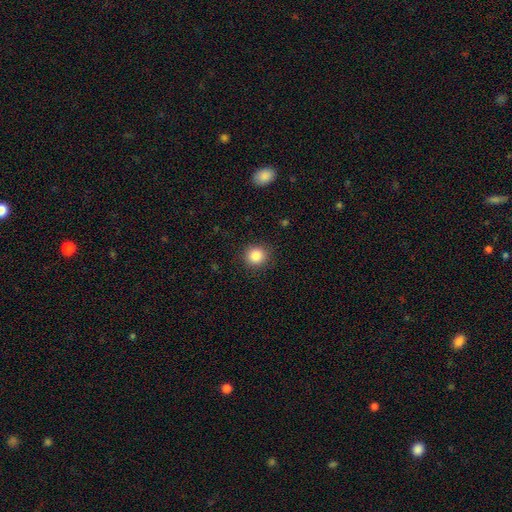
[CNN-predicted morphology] smooth-or-featured: smooth: 86% | star or artifact: 10% | featured or disk: 4%
  how-rounded: round: 92% | in between: 8% | cigar-shaped: 1%
  merging: none: 89% | minor disturbance: 7% | major disturbance: 2% | merger: 1%